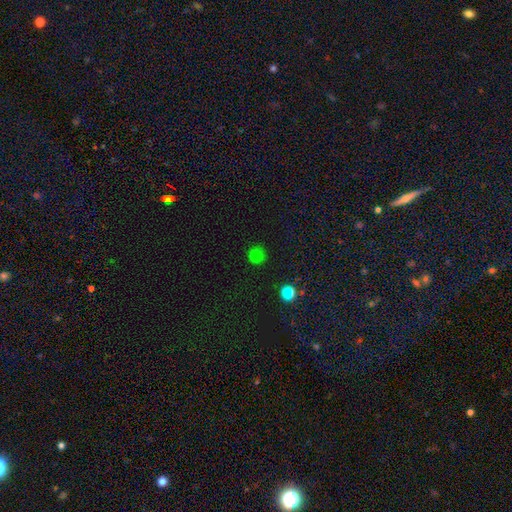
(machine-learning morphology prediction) A smooth galaxy with no disk features (73%) that is round (93%). Merging: none (86%).